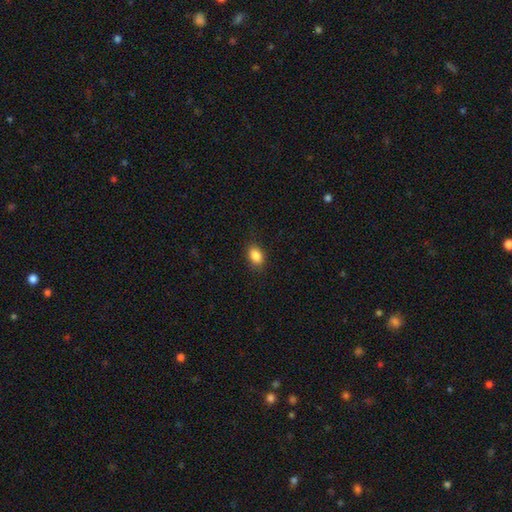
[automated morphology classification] A smooth galaxy with no disk features (86%) that is in between round and cigar-shaped (77%).

Vote fractions:
- Smooth or featured? smooth: 86% / star or artifact: 9% / featured or disk: 5%
- How rounded? in between: 77% / round: 21% / cigar-shaped: 1%
- Merging? none: 87% / minor disturbance: 10% / major disturbance: 3% / merger: 1%